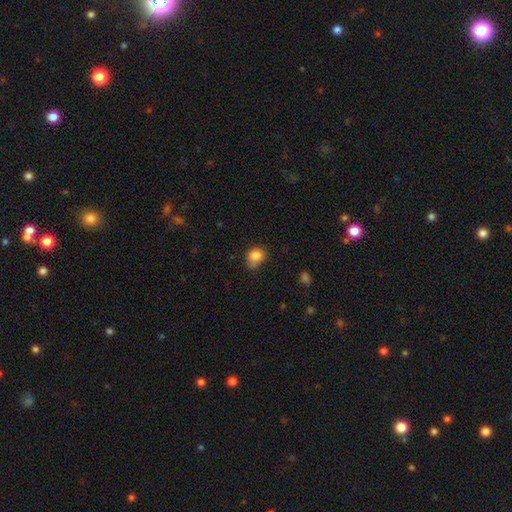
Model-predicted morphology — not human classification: Smooth or featured?
  - smooth: 83% *
  - star or artifact: 11%
  - featured or disk: 7%
How rounded?
  - round: 66% *
  - in between: 33%
  - cigar-shaped: 1%
Merging?
  - none: 52% *
  - minor disturbance: 27%
  - merger: 13%
  - major disturbance: 7%